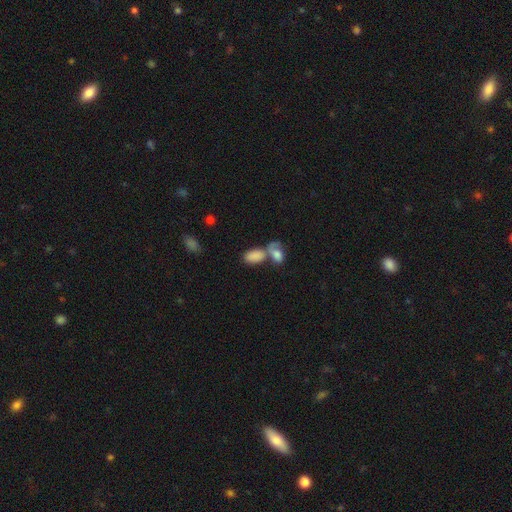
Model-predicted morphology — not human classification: smooth 81%, featured or disk 11%, star or artifact 8%. Down the decision tree: how rounded — in between (92%); merging — merger (53%).